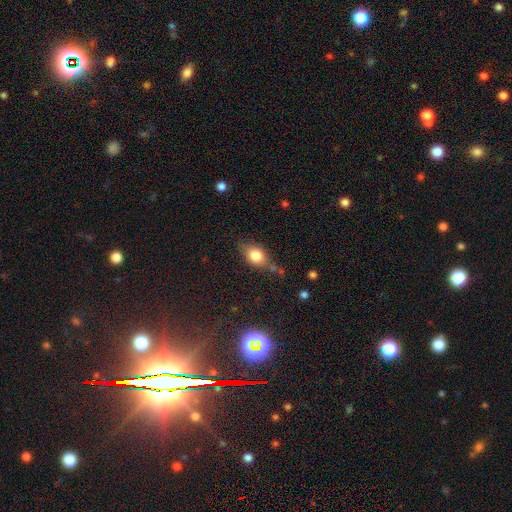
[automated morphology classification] Smooth or featured? Predicted: smooth (p=0.72). How rounded? Predicted: in between (p=0.70). Merging? Predicted: none (p=0.64).